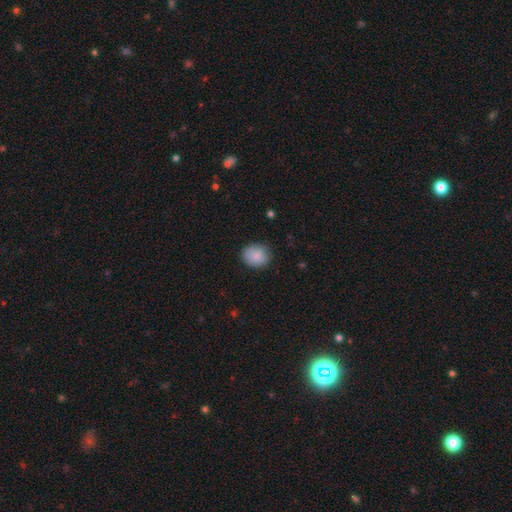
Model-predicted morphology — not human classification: The model was most divided on "how rounded": round: 68%, in between: 31%, cigar-shaped: 1%. More confident: smooth or featured — smooth (87%); merging — none (84%).